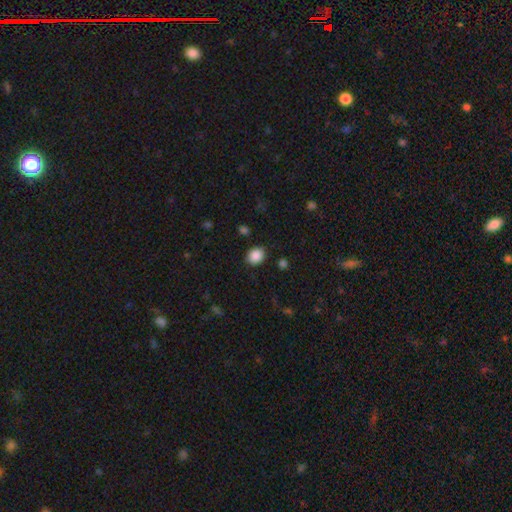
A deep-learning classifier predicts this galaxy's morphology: Smooth or featured? smooth (88%)
How rounded? round (64%)
Merging? none (85%)